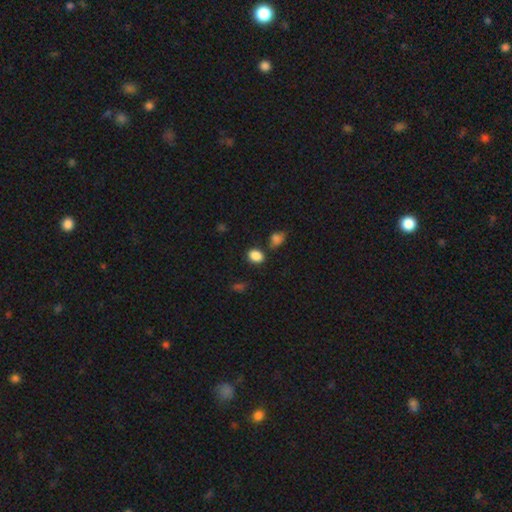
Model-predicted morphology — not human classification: A smooth galaxy with no disk features (86%) that is in between round and cigar-shaped (68%).

Vote fractions:
- Smooth or featured? smooth: 86% / star or artifact: 10% / featured or disk: 4%
- How rounded? in between: 68% / round: 31% / cigar-shaped: 1%
- Merging? none: 73% / minor disturbance: 14% / merger: 9% / major disturbance: 4%